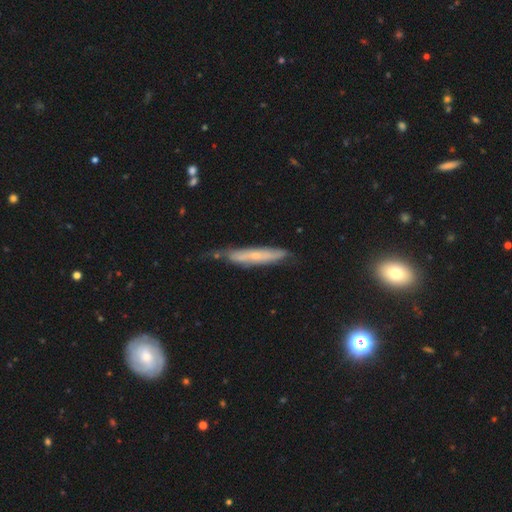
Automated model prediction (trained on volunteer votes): smooth_or_featured: featured or disk (p=0.53) [alt: smooth p=0.40]
disk_edge_on: yes (p=0.69) [alt: no p=0.31]
merging: none (p=0.62) [alt: minor disturbance p=0.28]